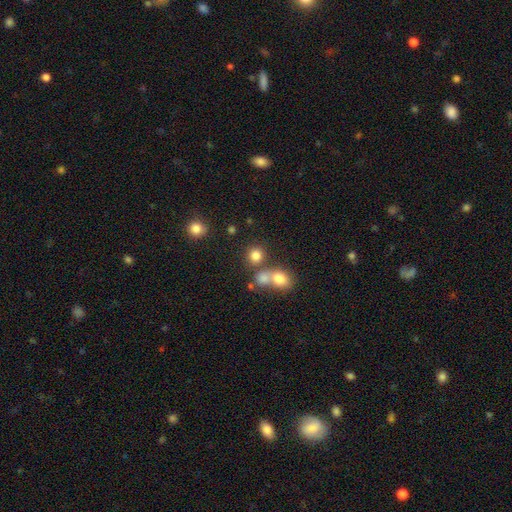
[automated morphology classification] Smooth or featured? Predicted: smooth (p=0.79). How rounded? Predicted: round (p=0.84). Merging? Predicted: none (p=0.63).